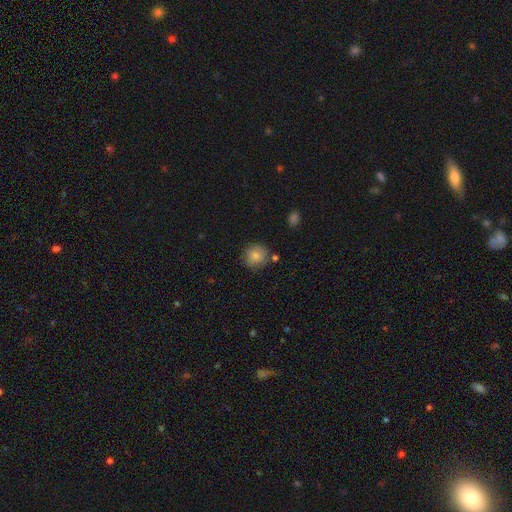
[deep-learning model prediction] Smooth or featured: smooth — 81% (featured or disk — 11%)
How rounded: round — 90% (in between — 9%)
Merging: none — 78% (minor disturbance — 14%)